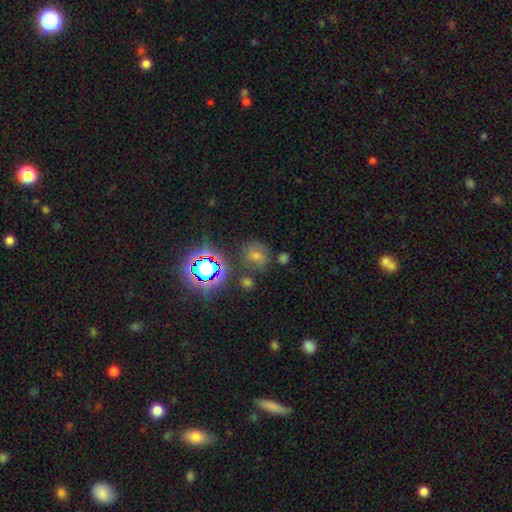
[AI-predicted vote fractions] The model was most divided on "smooth or featured": star or artifact: 43%, smooth: 36%, featured or disk: 21%.